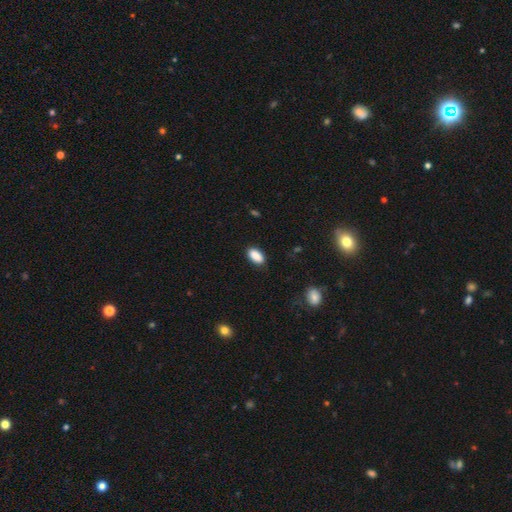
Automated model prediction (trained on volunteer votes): Smooth or featured? Predicted: smooth (p=0.89). How rounded? Predicted: in between (p=0.92). Merging? Predicted: none (p=0.85).